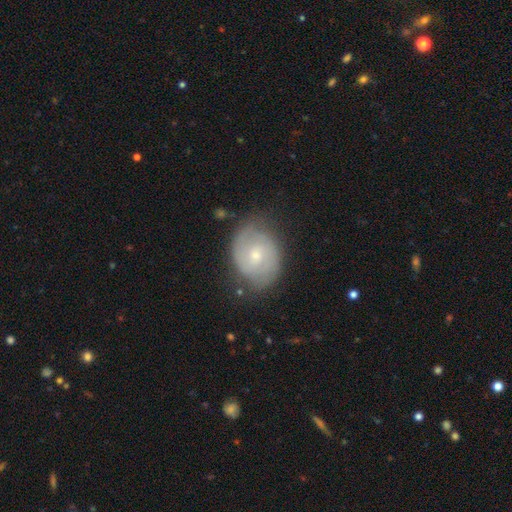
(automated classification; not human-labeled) Smooth or featured: featured or disk — 70% (smooth — 23%)
Edge-on disk: no — 97% (yes — 3%)
Bar: no — 60% (weak — 35%)
Spiral arms: yes — 87% (no — 13%)
Spiral winding: tight — 50% (medium — 38%)
Spiral arm count: 2 — 70% (can't tell — 19%)
Bulge size: small — 65% (moderate — 31%)
Merging: none — 71% (minor disturbance — 20%)